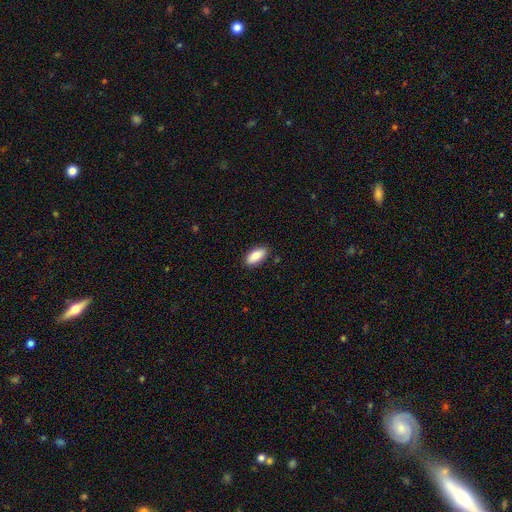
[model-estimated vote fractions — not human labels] smooth 87%, featured or disk 7%, star or artifact 7%. Down the decision tree: how rounded — in between (89%); merging — none (87%).